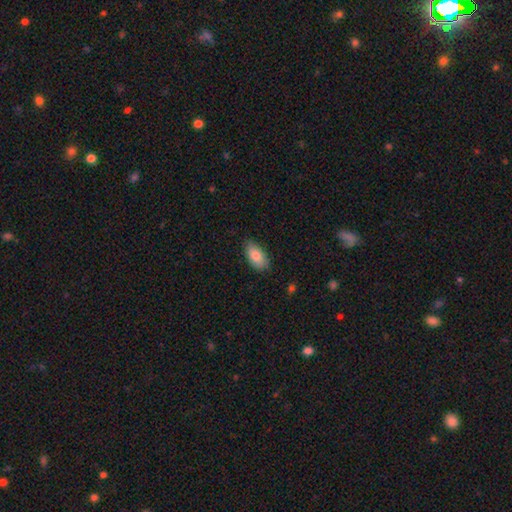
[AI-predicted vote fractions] Smooth or featured: smooth — 82% (featured or disk — 11%)
How rounded: in between — 92% (cigar-shaped — 4%)
Merging: none — 81% (minor disturbance — 15%)